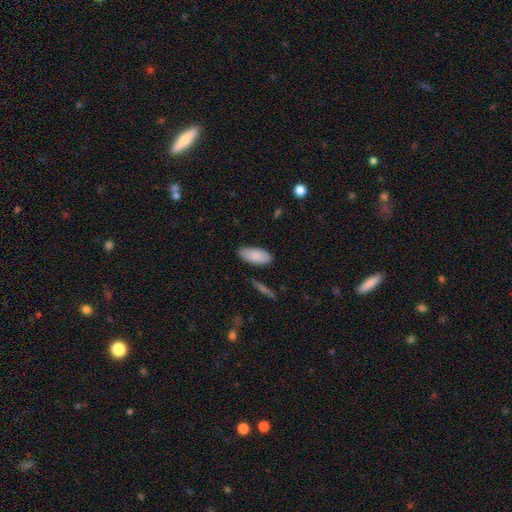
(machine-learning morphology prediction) type=smooth (86%); roundness=in between (90%); merging=none (83%).